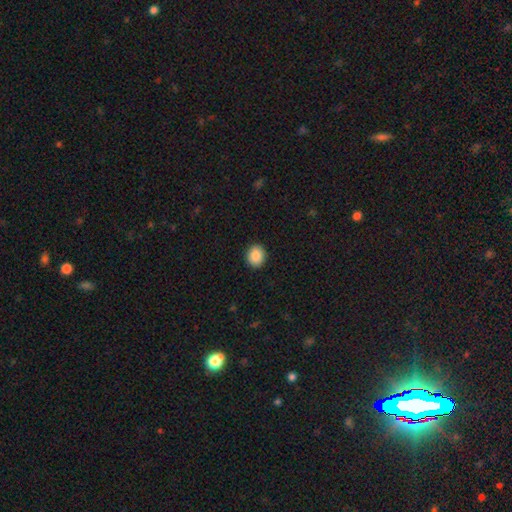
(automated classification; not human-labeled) smooth_or_featured: smooth (p=0.89) [alt: star or artifact p=0.08]
how_rounded: round (p=0.67) [alt: in between p=0.32]
merging: none (p=0.91) [alt: minor disturbance p=0.06]